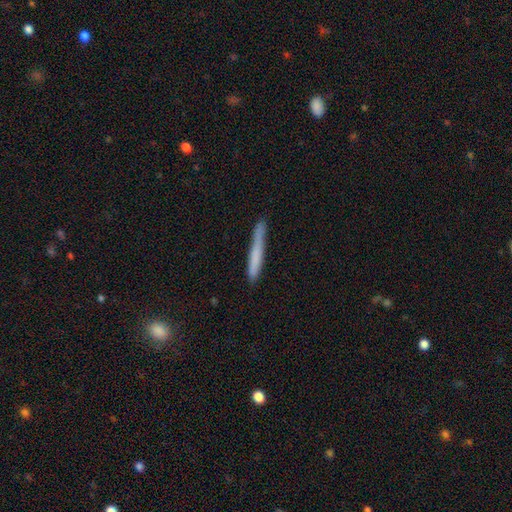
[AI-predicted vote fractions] smooth 68%, featured or disk 25%, star or artifact 6%. Down the decision tree: how rounded — cigar-shaped (96%); merging — none (80%).